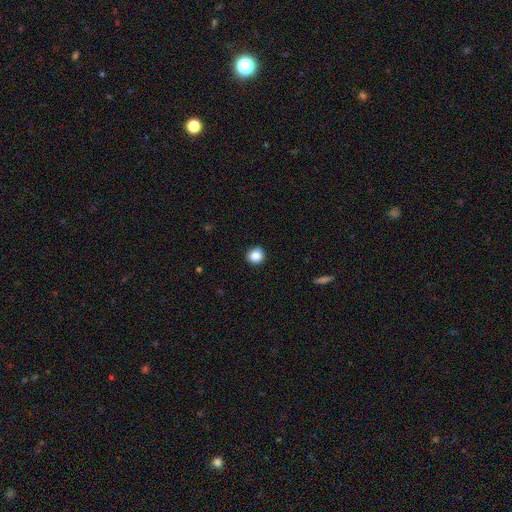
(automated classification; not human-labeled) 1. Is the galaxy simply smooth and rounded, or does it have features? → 85% smooth, 10% star or artifact, 4% featured or disk.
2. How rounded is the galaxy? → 93% round, 6% in between, 1% cigar-shaped.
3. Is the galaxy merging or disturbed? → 92% none, 5% minor disturbance, 2% major disturbance, 1% merger.